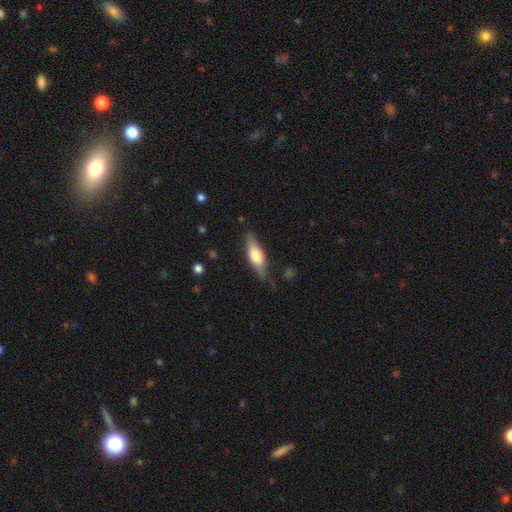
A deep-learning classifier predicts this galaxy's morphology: smooth_or_featured: smooth (p=0.60) [alt: featured or disk p=0.35]
how_rounded: in between (p=0.50) [alt: cigar-shaped p=0.48]
merging: none (p=0.70) [alt: minor disturbance p=0.22]